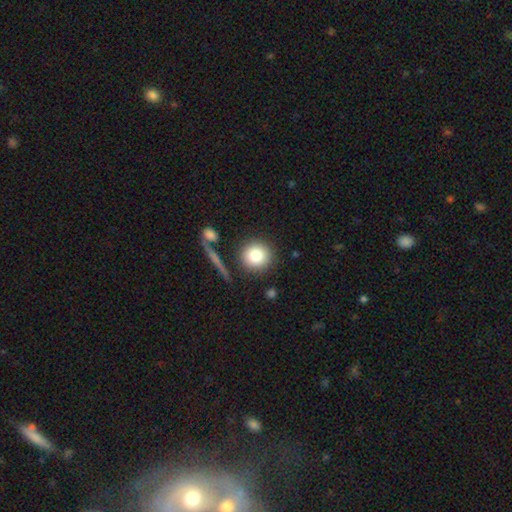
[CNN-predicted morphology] smooth_or_featured: smooth (p=0.82) [alt: featured or disk p=0.09]
how_rounded: round (p=0.92) [alt: in between p=0.07]
merging: none (p=0.84) [alt: minor disturbance p=0.08]